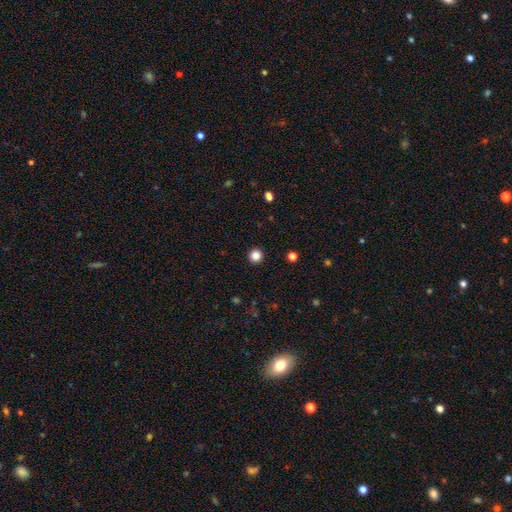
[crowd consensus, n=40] Overall: smooth (82%). How rounded: round (100%). Merging: none (100%).